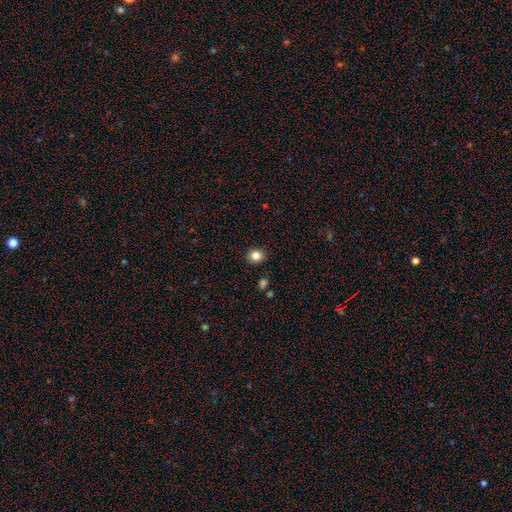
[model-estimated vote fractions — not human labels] Smooth or featured?
  - smooth: 84% *
  - star or artifact: 11%
  - featured or disk: 5%
How rounded?
  - round: 72% *
  - in between: 27%
  - cigar-shaped: 1%
Merging?
  - none: 90% *
  - minor disturbance: 7%
  - major disturbance: 2%
  - merger: 2%